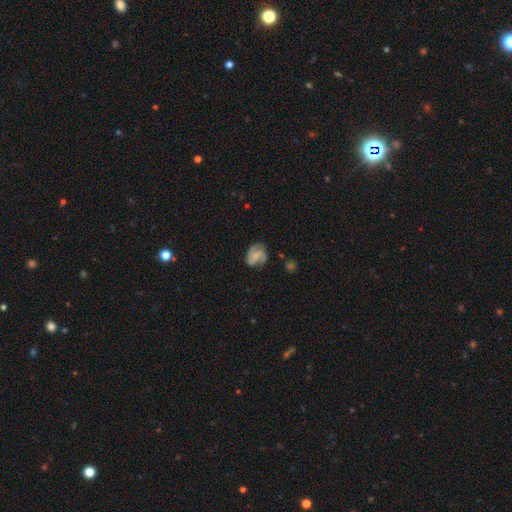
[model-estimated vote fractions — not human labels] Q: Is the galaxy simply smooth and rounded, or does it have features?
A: featured or disk — 67%.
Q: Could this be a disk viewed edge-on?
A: no — 98%.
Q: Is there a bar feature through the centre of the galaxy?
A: no — 52%.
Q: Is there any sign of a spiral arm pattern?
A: yes — 91%.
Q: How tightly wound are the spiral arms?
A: medium — 47%.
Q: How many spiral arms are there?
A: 2 — 47%.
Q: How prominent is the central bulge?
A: small — 57%.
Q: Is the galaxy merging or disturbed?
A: none — 59%.